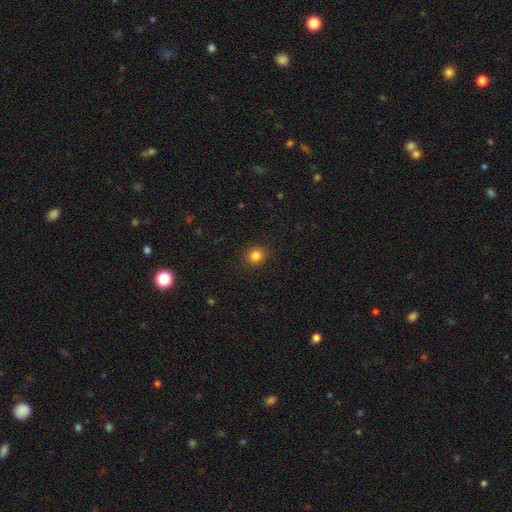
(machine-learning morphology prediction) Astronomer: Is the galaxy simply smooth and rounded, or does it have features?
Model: smooth — 84%.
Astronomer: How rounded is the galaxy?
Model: round — 79%.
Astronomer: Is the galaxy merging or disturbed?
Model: none — 90%.